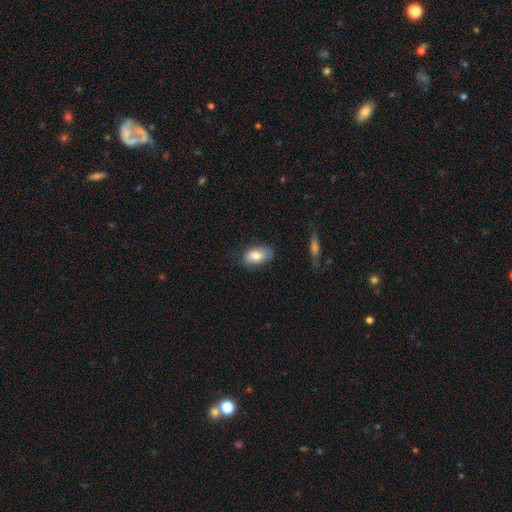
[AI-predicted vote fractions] smooth_or_featured: smooth (p=0.81) [alt: featured or disk p=0.12]
how_rounded: in between (p=0.92) [alt: round p=0.06]
merging: none (p=0.71) [alt: minor disturbance p=0.23]